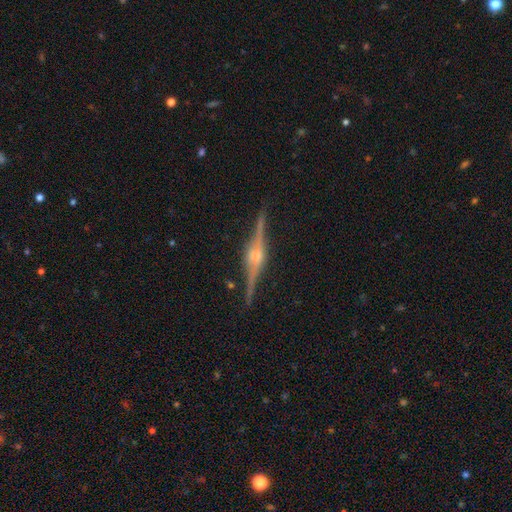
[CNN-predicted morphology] Smooth or featured: featured or disk — 90% (star or artifact — 6%)
Edge-on disk: yes — 98% (no — 2%)
Edge-on bulge: rounded — 82% (boxy — 15%)
Merging: none — 90% (minor disturbance — 7%)